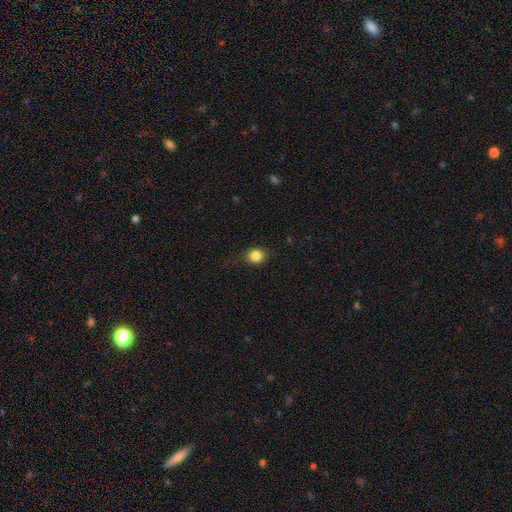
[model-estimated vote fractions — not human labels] Smooth or featured: smooth — 84% (star or artifact — 11%)
How rounded: round — 75% (in between — 24%)
Merging: none — 80% (minor disturbance — 15%)